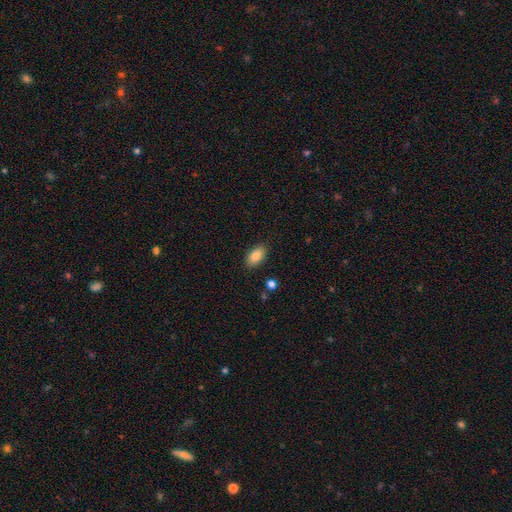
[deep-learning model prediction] smooth 87%, star or artifact 7%, featured or disk 6%. Down the decision tree: how rounded — in between (93%); merging — none (87%).